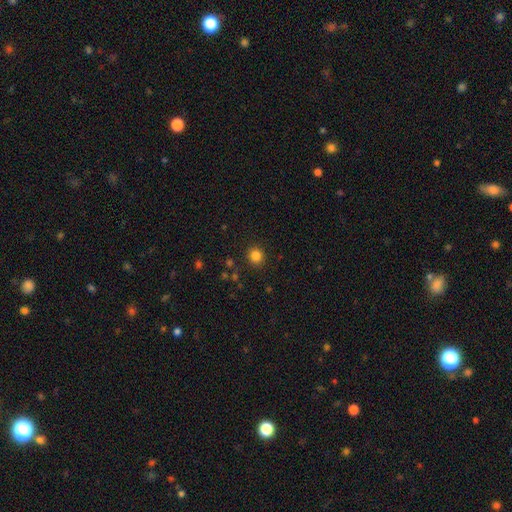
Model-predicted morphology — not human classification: Smooth or featured? smooth (83%)
How rounded? round (88%)
Merging? none (90%)